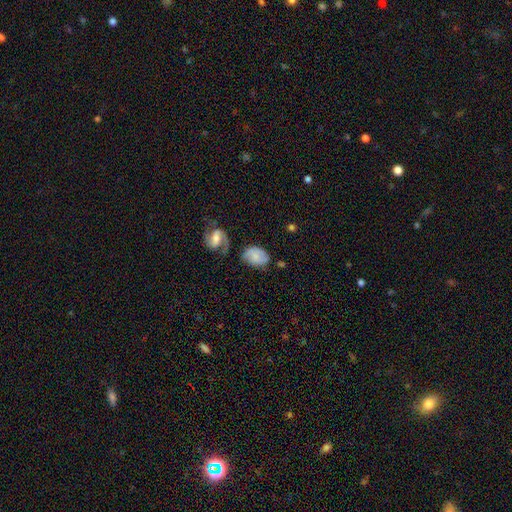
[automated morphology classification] smooth-or-featured: smooth: 54% | featured or disk: 37% | star or artifact: 9%
  how-rounded: in between: 80% | round: 18% | cigar-shaped: 1%
  merging: none: 48% | minor disturbance: 27% | major disturbance: 14% | merger: 11%